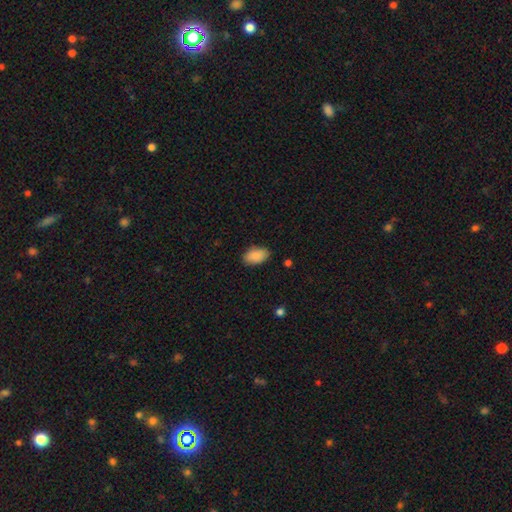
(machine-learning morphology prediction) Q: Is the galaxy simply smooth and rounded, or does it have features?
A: smooth — 89%.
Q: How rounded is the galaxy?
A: in between — 93%.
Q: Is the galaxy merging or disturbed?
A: none — 85%.